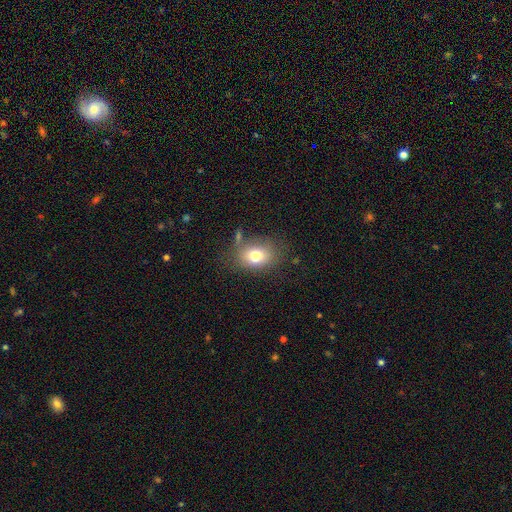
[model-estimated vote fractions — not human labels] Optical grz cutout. It shows a smooth galaxy with no disk features (75%) that is in between round and cigar-shaped (63%). Merging: none (65%).